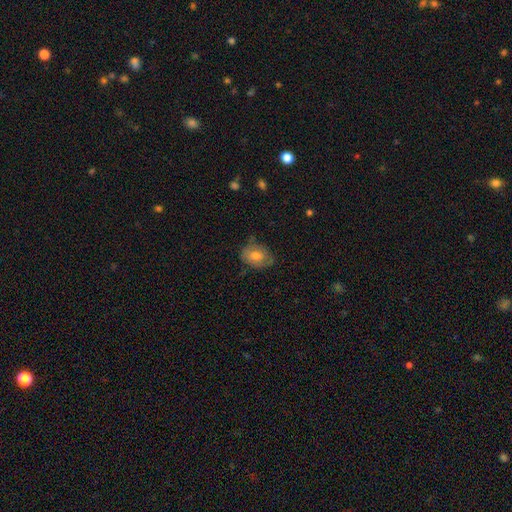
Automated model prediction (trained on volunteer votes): smooth_or_featured: smooth (p=0.70) [alt: featured or disk p=0.22]
how_rounded: in between (p=0.63) [alt: round p=0.36]
merging: none (p=0.65) [alt: minor disturbance p=0.27]